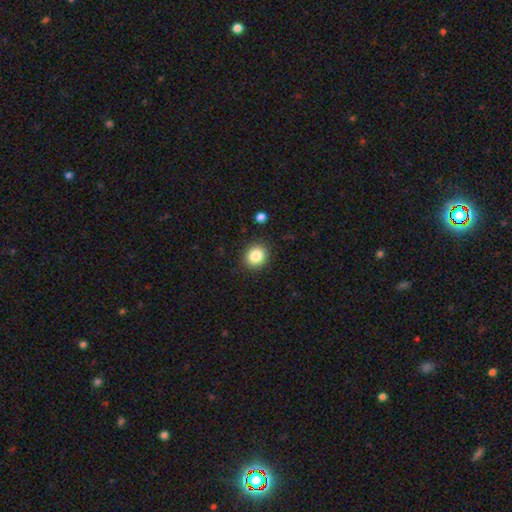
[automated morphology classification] Smooth or featured? Predicted: smooth (p=0.85). How rounded? Predicted: round (p=0.78). Merging? Predicted: none (p=0.88).